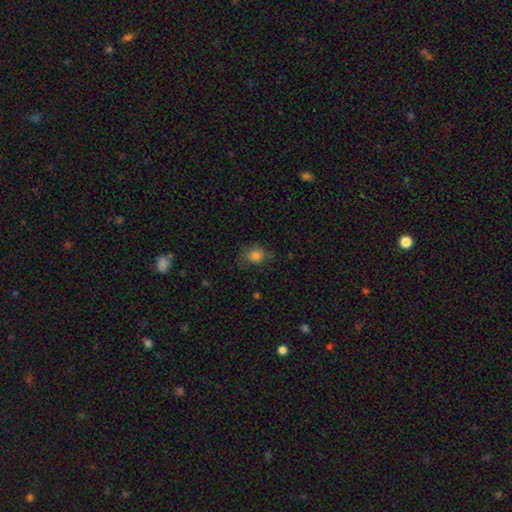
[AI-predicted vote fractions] Overall: smooth (81%). How rounded: round (62%; in between 37%). Merging: none (70%).